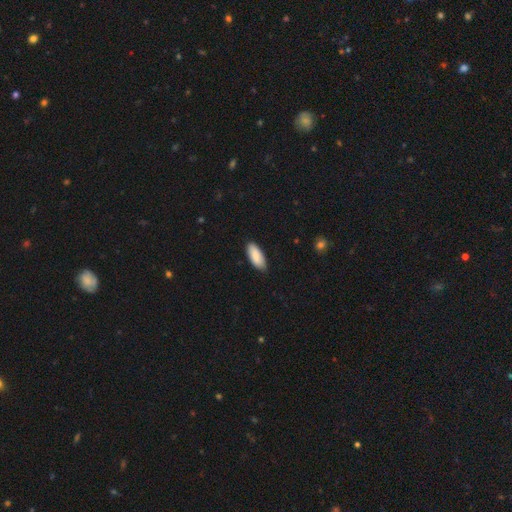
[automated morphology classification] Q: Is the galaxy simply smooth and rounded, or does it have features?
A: smooth — 90%.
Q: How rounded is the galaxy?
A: in between — 84%.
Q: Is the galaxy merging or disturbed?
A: none — 86%.